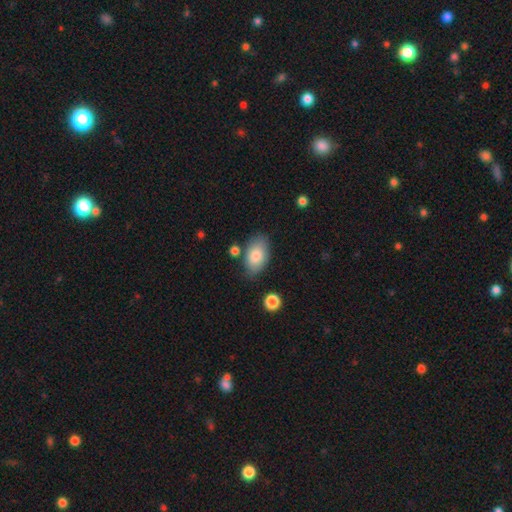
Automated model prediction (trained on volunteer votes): smooth-or-featured: smooth: 82% | featured or disk: 11% | star or artifact: 7%
  how-rounded: in between: 92% | round: 6% | cigar-shaped: 1%
  merging: none: 74% | minor disturbance: 17% | merger: 5% | major disturbance: 4%